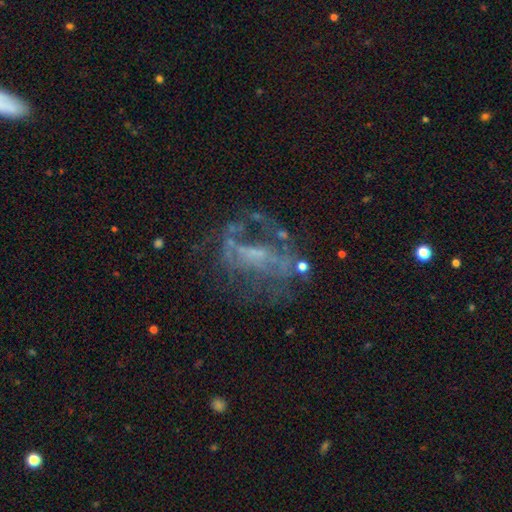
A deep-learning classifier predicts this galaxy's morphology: featured or disk 70%, star or artifact 17%, smooth 13%. Down the decision tree: edge-on disk — no (96%); bar — no (52%); spiral arms — yes (50%, tied with no); bulge size — none (42%); merging — none (46%).